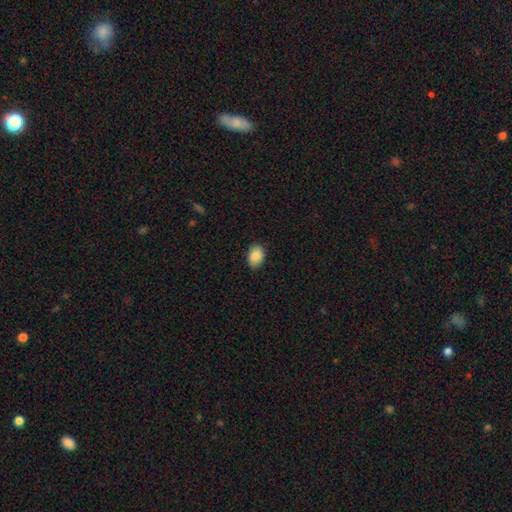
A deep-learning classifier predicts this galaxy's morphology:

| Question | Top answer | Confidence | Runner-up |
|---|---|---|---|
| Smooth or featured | smooth | 88% | star or artifact (7%) |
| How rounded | in between | 82% | round (17%) |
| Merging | none | 86% | minor disturbance (11%) |